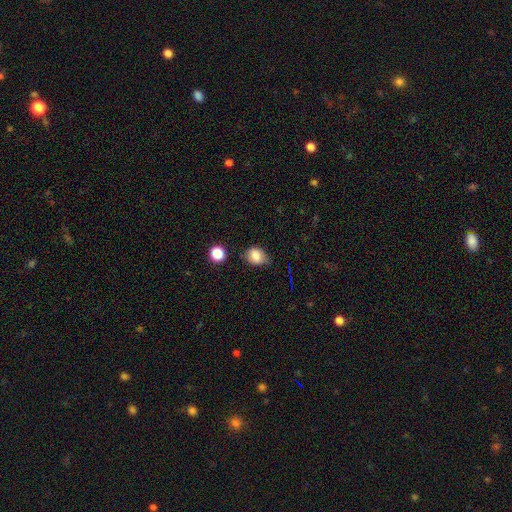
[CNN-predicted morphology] This appears to be a smooth galaxy with no disk features (81%) that is in between round and cigar-shaped (62%). Merging: none (62%).